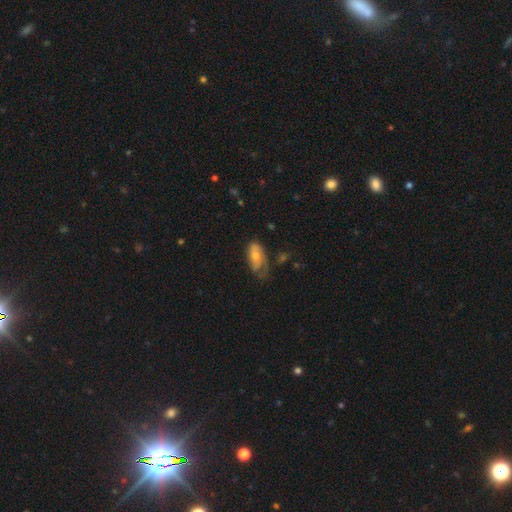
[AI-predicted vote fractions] Smooth or featured? smooth (50%)
Merging? none (40%)